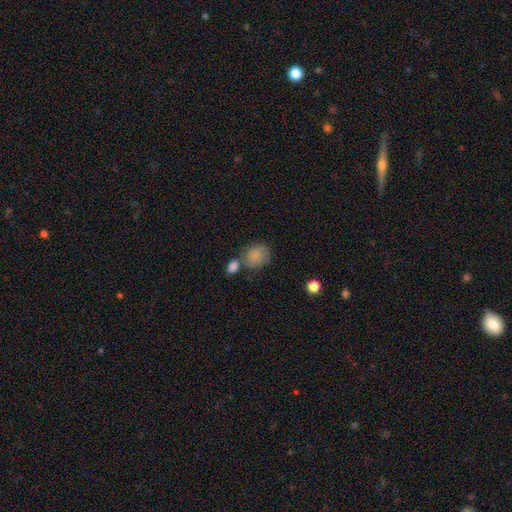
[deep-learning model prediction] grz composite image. It shows a smooth galaxy with no disk features (82%) that is round (51%). Merging: none (48%).